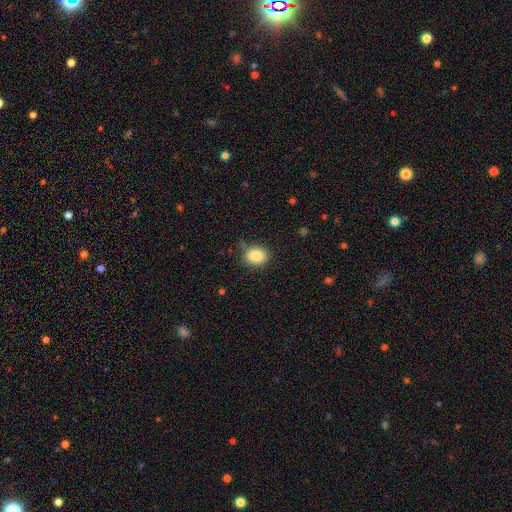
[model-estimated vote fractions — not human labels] Smooth or featured: smooth — 87% (star or artifact — 9%)
How rounded: in between — 50% (round — 49%)
Merging: none — 82% (minor disturbance — 13%)